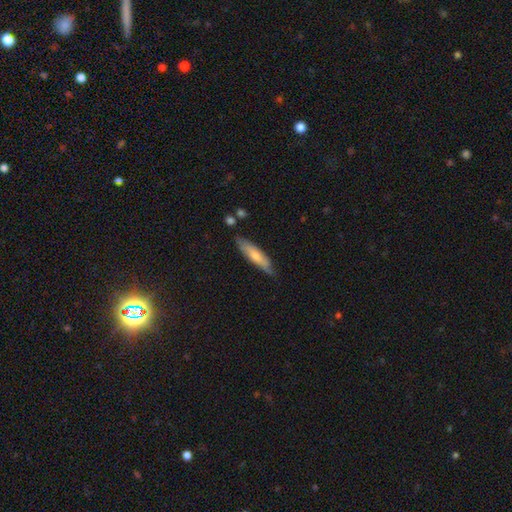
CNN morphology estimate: Overall: smooth (62%; featured or disk 33%). How rounded: cigar-shaped (75%). Merging: none (75%).